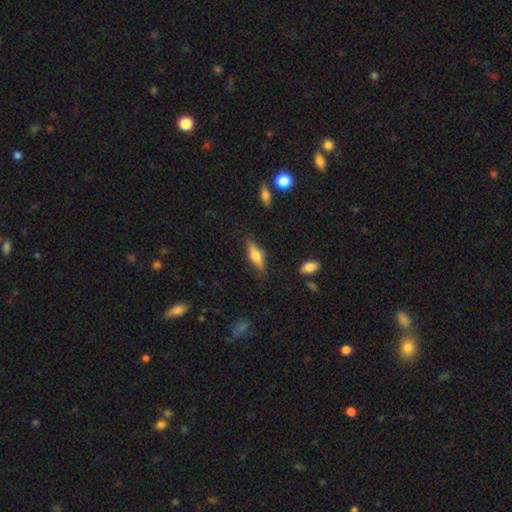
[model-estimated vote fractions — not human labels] Smooth or featured? Predicted: smooth (p=0.52). How rounded? Predicted: in between (p=0.51). Merging? Predicted: none (p=0.80).